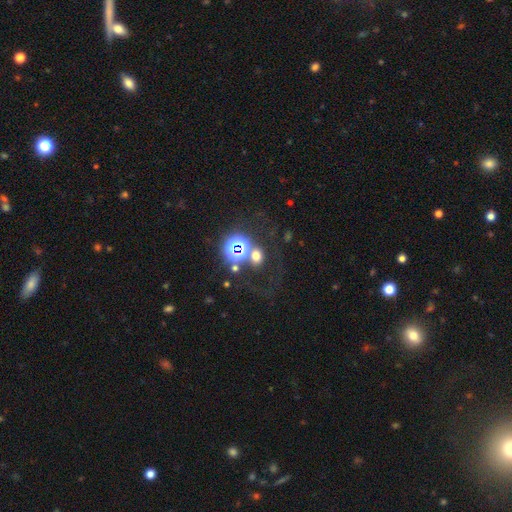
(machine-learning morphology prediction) Overall: smooth (53%; star or artifact 34%). How rounded: round (66%; in between 32%). Merging: none (55%; merger 23%).